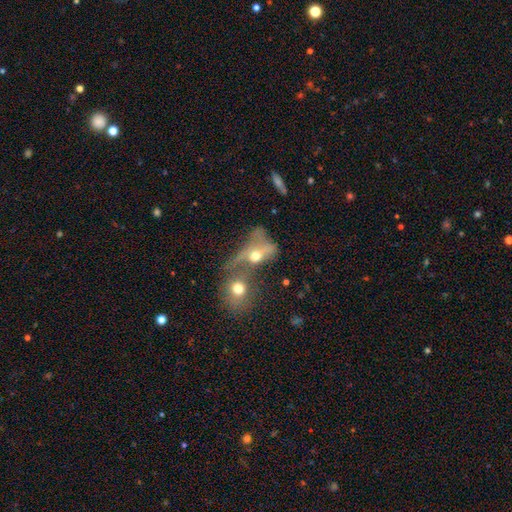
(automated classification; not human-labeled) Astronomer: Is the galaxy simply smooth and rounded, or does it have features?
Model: smooth — 53% (runner-up: featured or disk, 33%).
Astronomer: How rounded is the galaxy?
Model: in between — 59% (runner-up: round, 36%).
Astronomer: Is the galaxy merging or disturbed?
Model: merger — 69%.